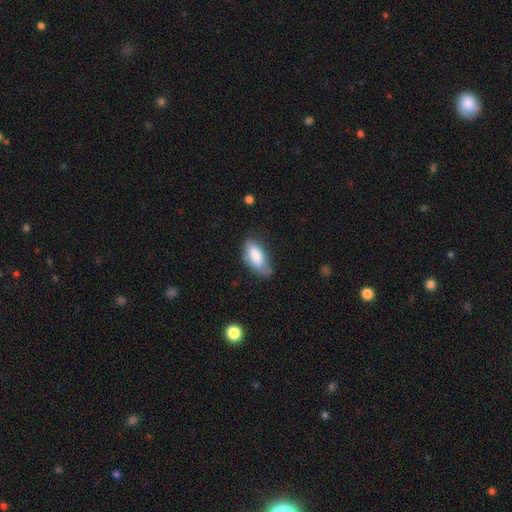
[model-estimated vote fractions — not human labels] Smooth or featured: smooth — 80% (featured or disk — 13%)
How rounded: in between — 87% (cigar-shaped — 10%)
Merging: none — 59% (minor disturbance — 32%)